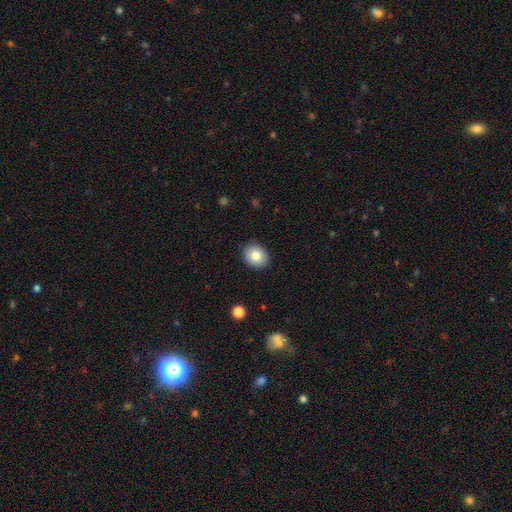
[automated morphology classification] A smooth galaxy with no disk features (83%) that is round (59%). Merging: none (89%).